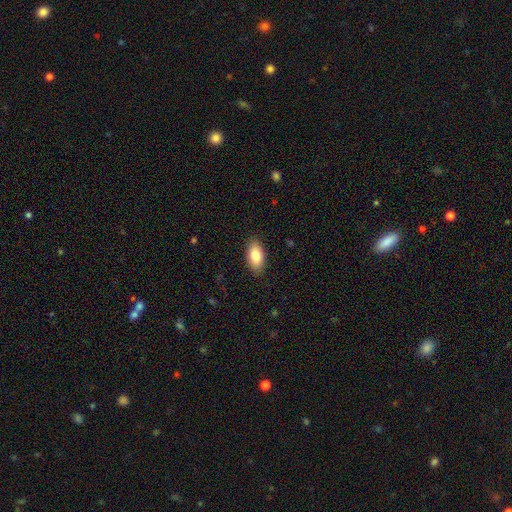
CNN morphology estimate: smooth_or_featured: smooth (p=0.85) [alt: featured or disk p=0.09]
how_rounded: in between (p=0.93) [alt: cigar-shaped p=0.04]
merging: none (p=0.88) [alt: minor disturbance p=0.09]